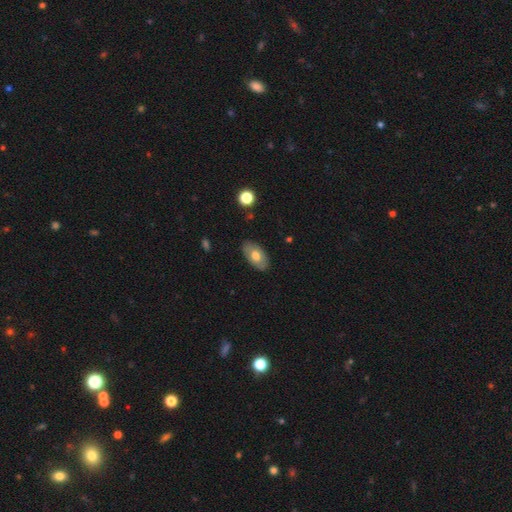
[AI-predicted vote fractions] Smooth or featured? smooth (66%)
How rounded? in between (94%)
Merging? none (83%)